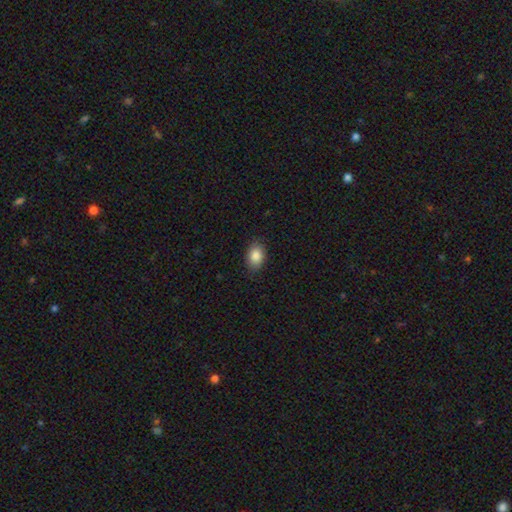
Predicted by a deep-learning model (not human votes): The model was most divided on "how rounded": in between: 82%, round: 17%, cigar-shaped: 1%. More confident: merging — none (86%); smooth or featured — smooth (86%).